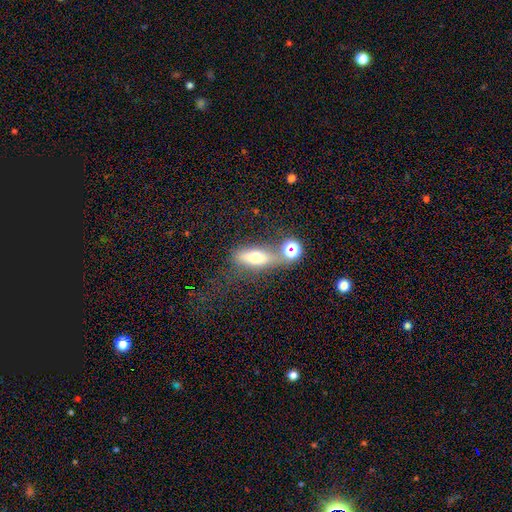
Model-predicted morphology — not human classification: Q: Smooth or featured?
A: smooth (58%); runner-up: featured or disk (29%)
Q: How rounded?
A: in between (53%); runner-up: cigar-shaped (39%)
Q: Merging?
A: none (50%); runner-up: merger (20%)